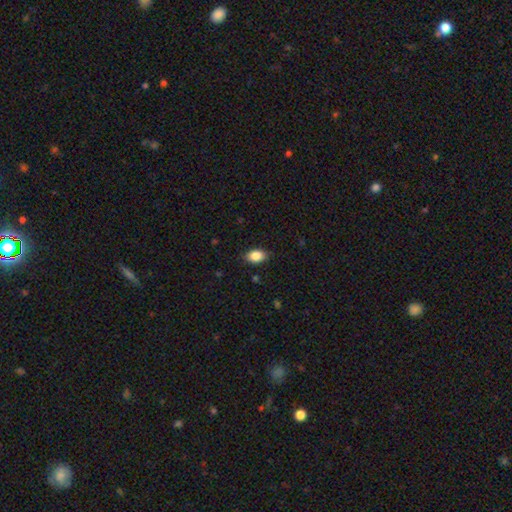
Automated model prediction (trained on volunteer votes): Q: Smooth or featured?
A: smooth (87%); runner-up: star or artifact (8%)
Q: How rounded?
A: in between (88%); runner-up: round (11%)
Q: Merging?
A: none (85%); runner-up: minor disturbance (11%)